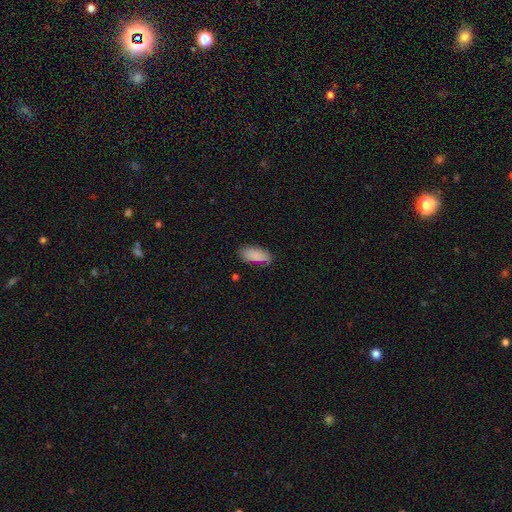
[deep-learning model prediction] Q: Smooth or featured?
A: smooth (87%); runner-up: star or artifact (8%)
Q: How rounded?
A: in between (90%); runner-up: cigar-shaped (7%)
Q: Merging?
A: none (79%); runner-up: minor disturbance (16%)